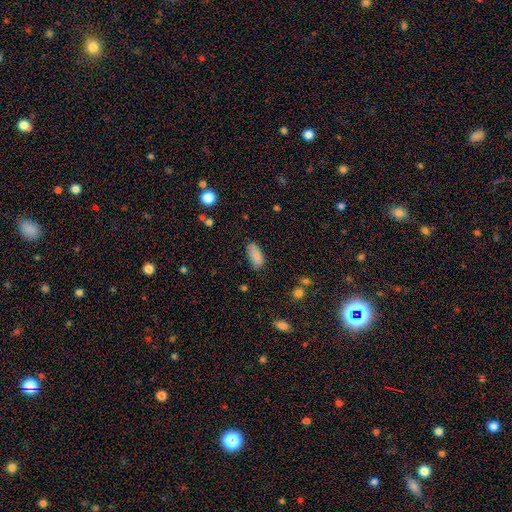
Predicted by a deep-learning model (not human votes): Smooth or featured? smooth (87%)
How rounded? in between (87%)
Merging? none (79%)